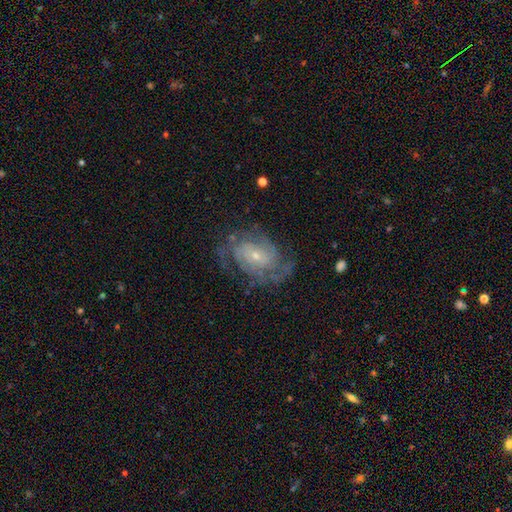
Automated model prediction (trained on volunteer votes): Smooth or featured? featured or disk (83%)
Edge-on disk? no (97%)
Bar? no (57%)
Spiral arms? yes (92%)
Spiral winding? tight (51%)
Spiral arm count? 2 (35%)
Bulge size? small (71%)
Merging? none (66%)